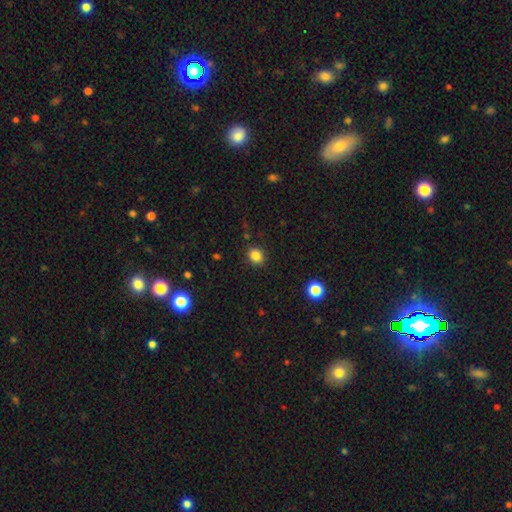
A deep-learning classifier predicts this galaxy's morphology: This appears to be a smooth galaxy with no disk features (85%) that is round (54%). Merging: none (87%).